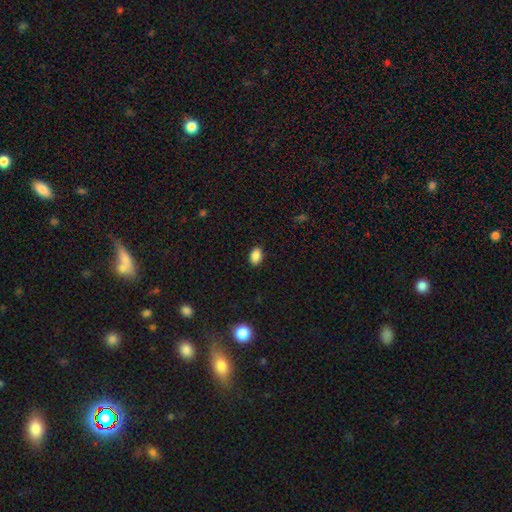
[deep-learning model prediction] Smooth or featured: smooth — 88% (star or artifact — 9%)
How rounded: in between — 85% (round — 13%)
Merging: none — 87% (minor disturbance — 10%)